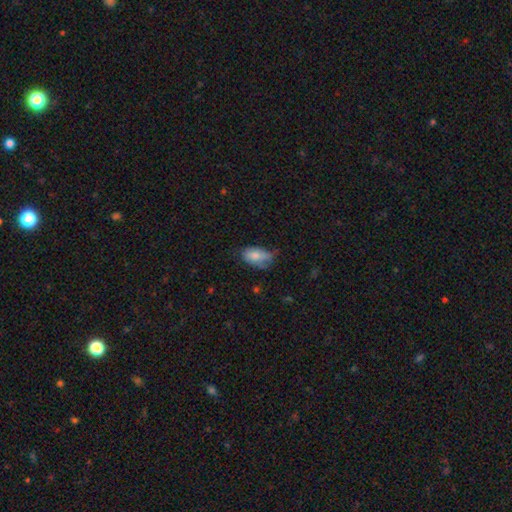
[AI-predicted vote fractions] Q: Smooth or featured?
A: smooth (78%); runner-up: featured or disk (15%)
Q: How rounded?
A: in between (92%); runner-up: round (5%)
Q: Merging?
A: none (41%); runner-up: minor disturbance (40%)